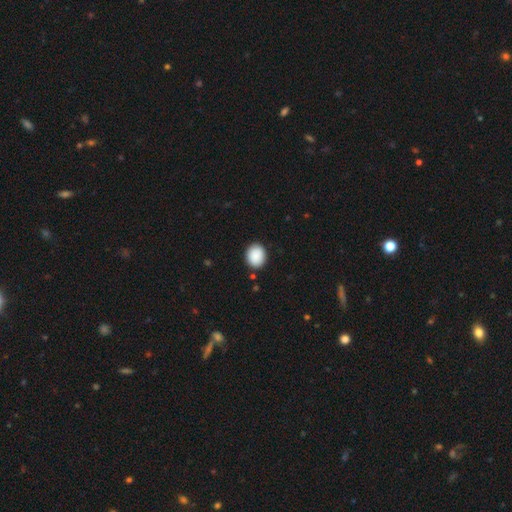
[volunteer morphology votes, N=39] smooth_or_featured: smooth (p=0.90) [alt: featured or disk p=0.05]
how_rounded: round (p=0.63) [alt: in between p=0.37]
merging: none (p=0.78) [alt: minor disturbance p=0.14]